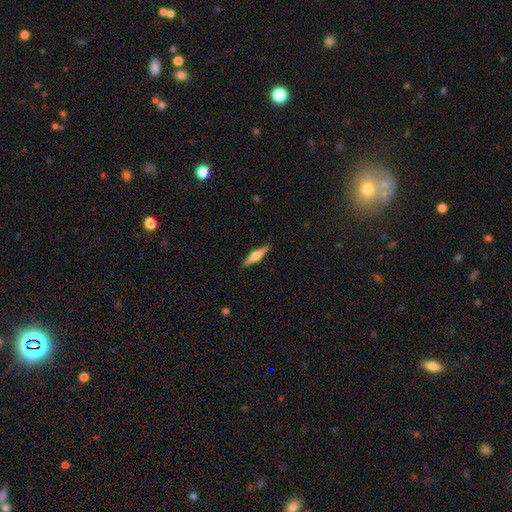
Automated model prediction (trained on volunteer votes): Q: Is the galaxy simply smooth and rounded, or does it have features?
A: featured or disk — 67%.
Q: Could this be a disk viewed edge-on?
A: yes — 97%.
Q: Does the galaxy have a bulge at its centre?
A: rounded — 93%.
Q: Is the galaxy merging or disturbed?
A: none — 90%.